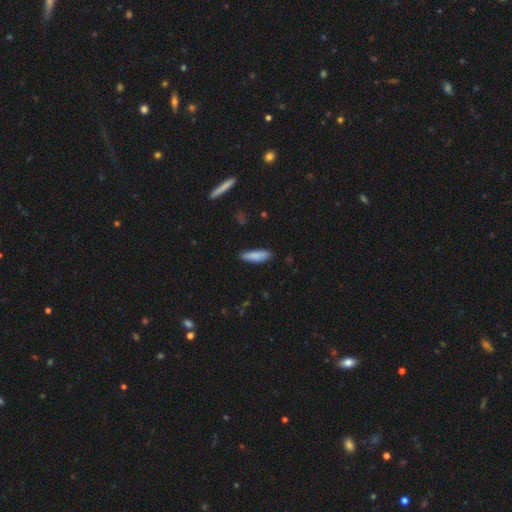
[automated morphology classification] Q: Smooth or featured?
A: smooth (84%); runner-up: featured or disk (10%)
Q: How rounded?
A: cigar-shaped (61%); runner-up: in between (37%)
Q: Merging?
A: none (84%); runner-up: minor disturbance (13%)